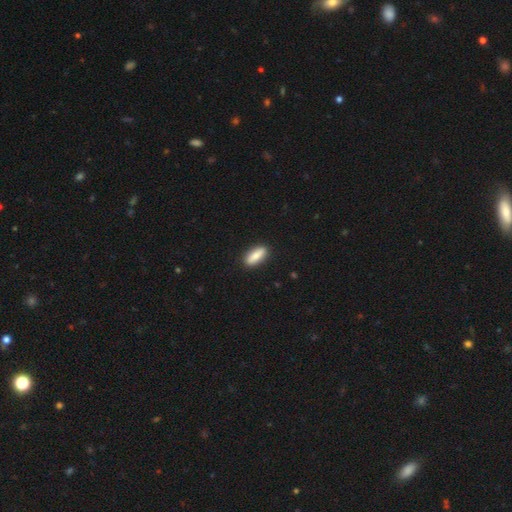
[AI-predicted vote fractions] Smooth or featured?
  - smooth: 81% *
  - featured or disk: 13%
  - star or artifact: 6%
How rounded?
  - in between: 63% *
  - cigar-shaped: 34%
  - round: 3%
Merging?
  - none: 90% *
  - minor disturbance: 8%
  - major disturbance: 2%
  - merger: 1%